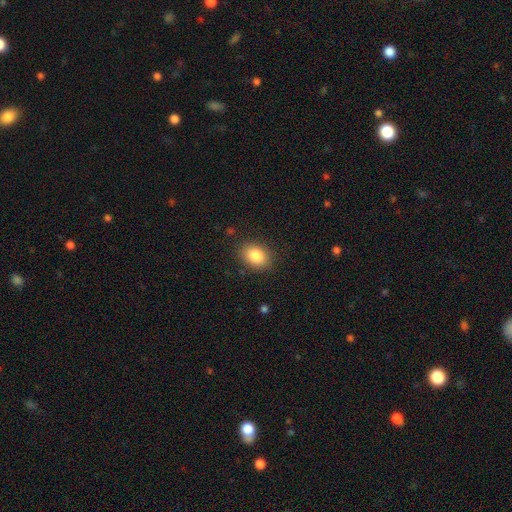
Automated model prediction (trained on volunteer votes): Overall: smooth (84%). How rounded: in between (67%; round 32%). Merging: none (86%).